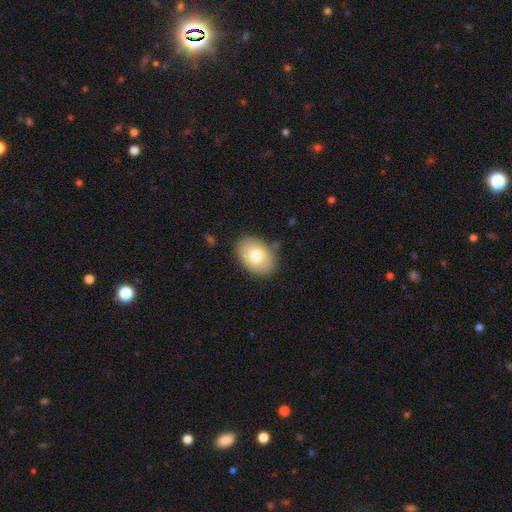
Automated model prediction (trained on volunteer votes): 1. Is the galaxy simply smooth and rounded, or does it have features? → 76% smooth, 17% featured or disk, 8% star or artifact.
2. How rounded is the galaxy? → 78% in between, 21% round, 1% cigar-shaped.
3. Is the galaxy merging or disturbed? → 86% none, 10% minor disturbance, 3% major disturbance, 1% merger.